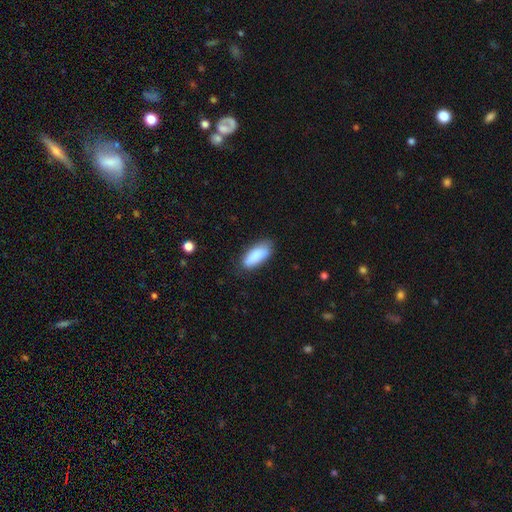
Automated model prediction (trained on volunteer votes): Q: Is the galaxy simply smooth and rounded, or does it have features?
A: smooth — 86%.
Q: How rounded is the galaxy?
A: in between — 73%.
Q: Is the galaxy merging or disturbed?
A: none — 74%.